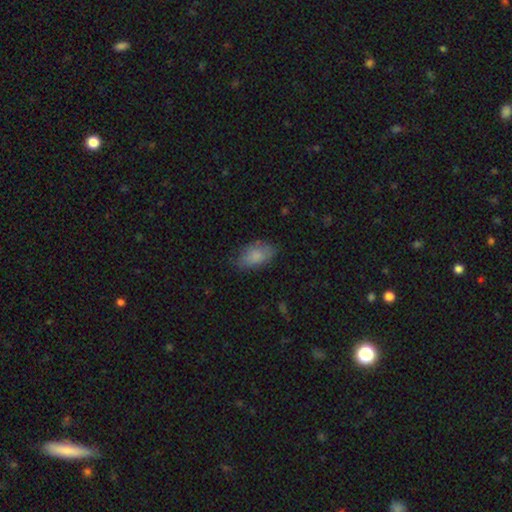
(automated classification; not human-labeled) smooth 82%, featured or disk 11%, star or artifact 7%. Down the decision tree: how rounded — in between (92%); merging — none (73%).